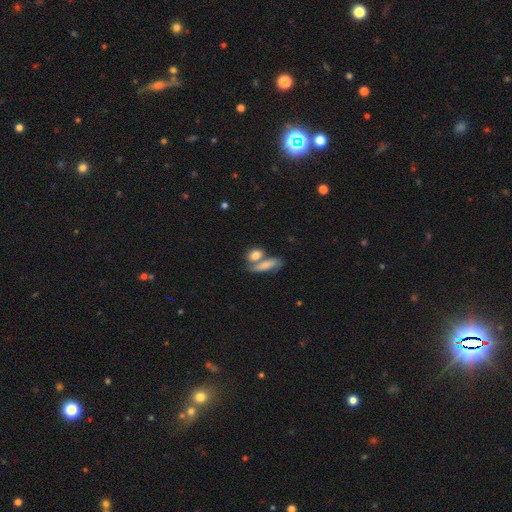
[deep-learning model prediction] Smooth or featured: smooth — 76% (featured or disk — 15%)
How rounded: in between — 62% (round — 19%)
Merging: merger — 44% (none — 39%)